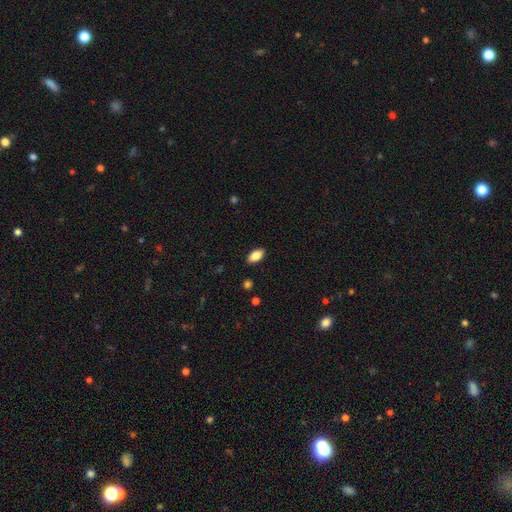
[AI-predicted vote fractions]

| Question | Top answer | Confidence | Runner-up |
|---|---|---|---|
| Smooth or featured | smooth | 83% | featured or disk (9%) |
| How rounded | in between | 91% | cigar-shaped (5%) |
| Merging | none | 88% | minor disturbance (9%) |